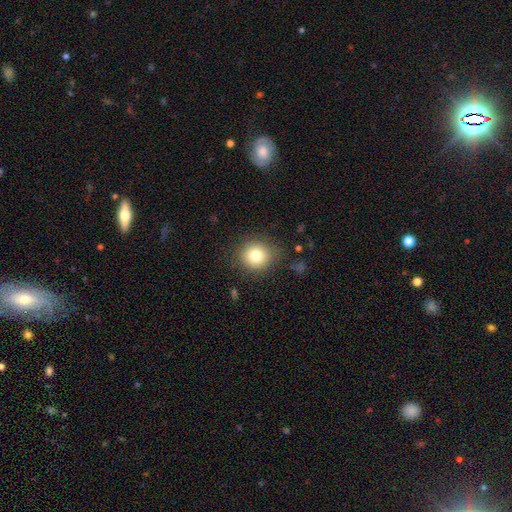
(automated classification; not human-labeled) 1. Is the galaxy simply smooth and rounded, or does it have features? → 79% smooth, 11% star or artifact, 9% featured or disk.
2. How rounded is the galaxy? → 90% round, 9% in between, 1% cigar-shaped.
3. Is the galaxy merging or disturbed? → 85% none, 10% minor disturbance, 4% major disturbance, 1% merger.